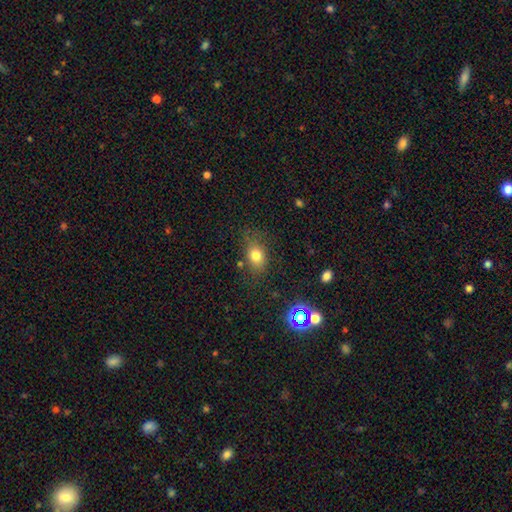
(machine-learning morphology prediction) type=smooth (77%); roundness=in between (58%); merging=none (70%).